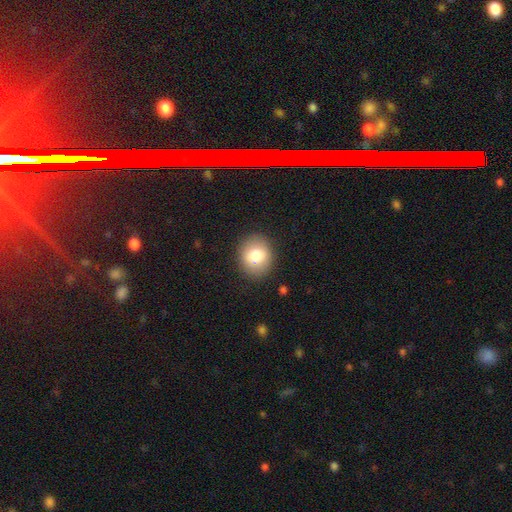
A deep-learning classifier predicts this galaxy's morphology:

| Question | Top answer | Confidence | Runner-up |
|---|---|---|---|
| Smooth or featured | smooth | 80% | featured or disk (11%) |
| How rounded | round | 68% | in between (31%) |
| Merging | none | 87% | minor disturbance (9%) |